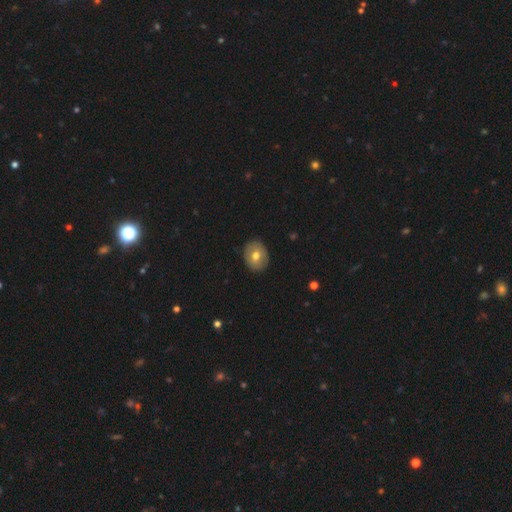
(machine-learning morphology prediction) Smooth or featured: smooth — 65% (featured or disk — 28%)
How rounded: round — 55% (in between — 45%)
Merging: none — 88% (minor disturbance — 9%)